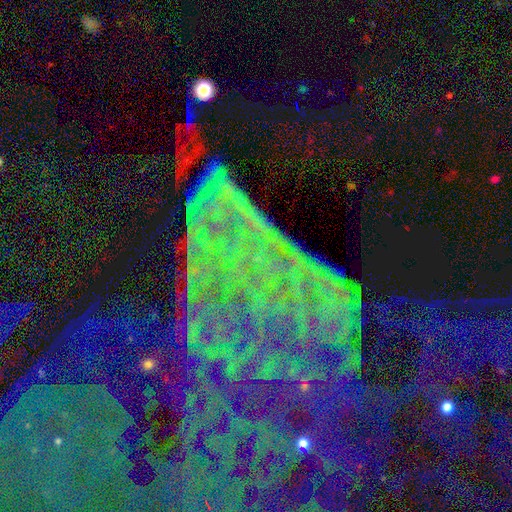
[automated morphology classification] This appears to be a star or artifact, not a galaxy (78%).